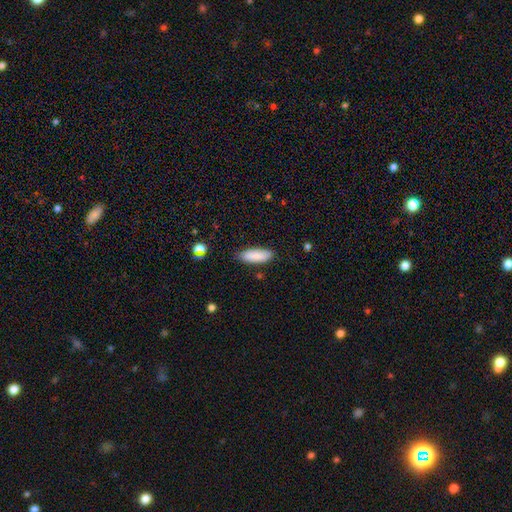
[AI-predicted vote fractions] A smooth galaxy with no disk features (87%) that is in between round and cigar-shaped (65%).

Vote fractions:
- Smooth or featured? smooth: 87% / star or artifact: 6% / featured or disk: 6%
- How rounded? in between: 65% / cigar-shaped: 33% / round: 2%
- Merging? none: 83% / minor disturbance: 13% / major disturbance: 2% / merger: 2%